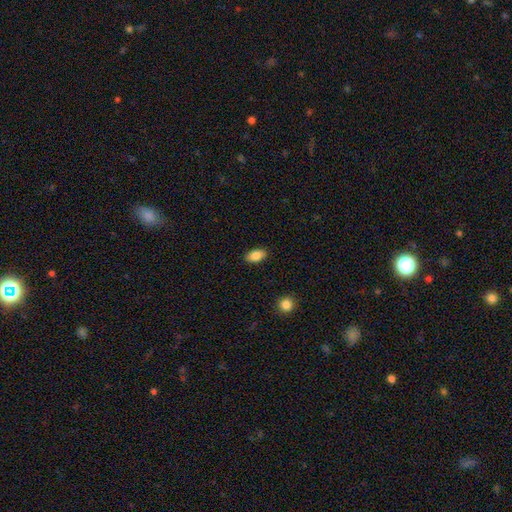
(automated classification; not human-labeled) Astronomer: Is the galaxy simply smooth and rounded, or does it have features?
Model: smooth — 85%.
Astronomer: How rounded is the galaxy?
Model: in between — 91%.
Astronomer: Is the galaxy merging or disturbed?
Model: none — 89%.